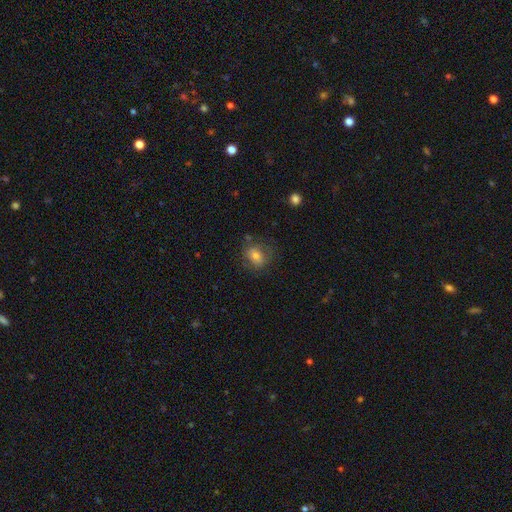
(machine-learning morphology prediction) Overall: smooth (72%). How rounded: round (55%; in between 44%). Merging: none (70%).